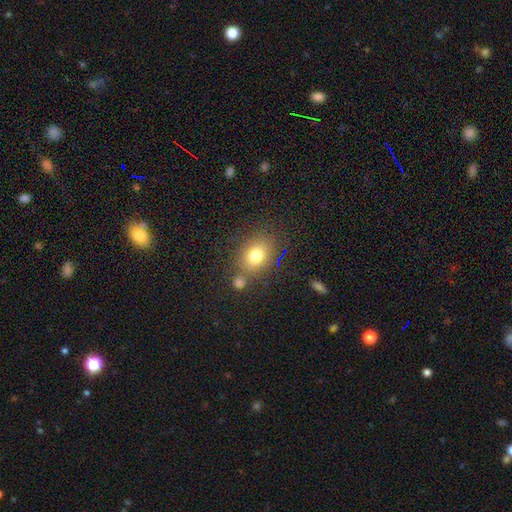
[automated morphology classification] type=smooth (78%); roundness=in between (59%); merging=none (70%).